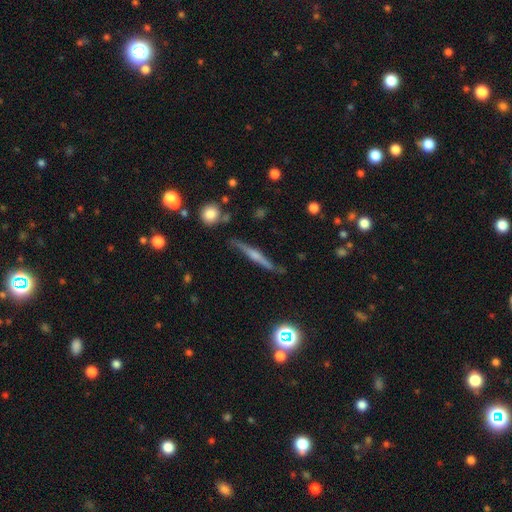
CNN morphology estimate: type=featured or disk (65%); edge-on=yes (95%); edge-on bulge=rounded (64%); merging=none (79%).